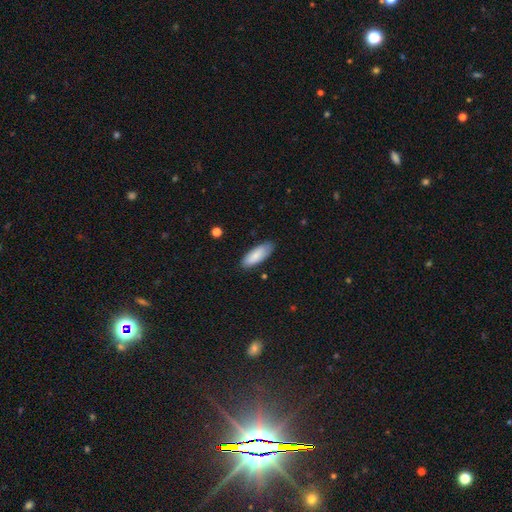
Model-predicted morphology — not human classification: Smooth or featured: smooth — 84% (featured or disk — 11%)
How rounded: in between — 73% (cigar-shaped — 25%)
Merging: none — 82% (minor disturbance — 15%)